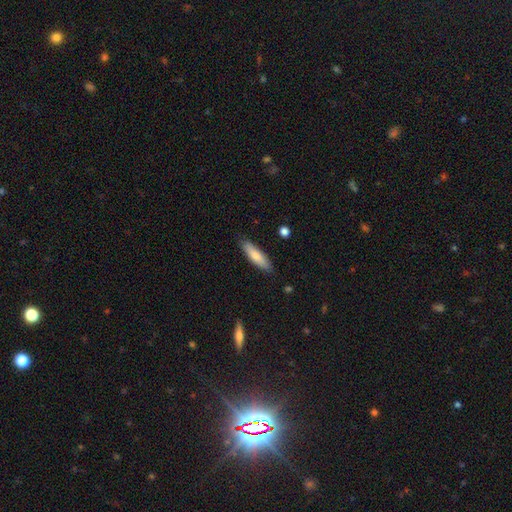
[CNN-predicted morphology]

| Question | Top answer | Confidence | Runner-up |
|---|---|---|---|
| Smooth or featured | smooth | 78% | featured or disk (16%) |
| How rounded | cigar-shaped | 67% | in between (32%) |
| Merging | none | 86% | minor disturbance (10%) |